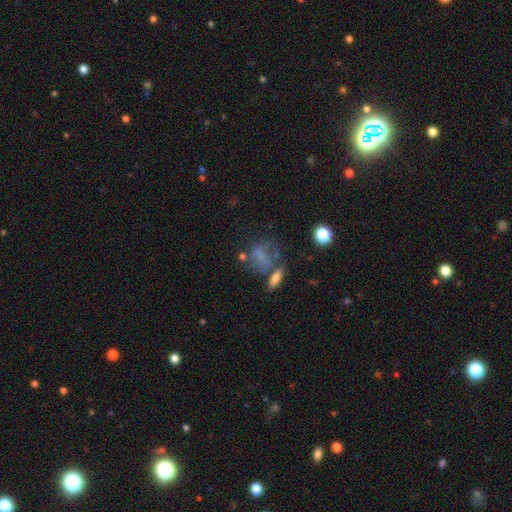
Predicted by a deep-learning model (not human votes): Smooth or featured: smooth — 41% (featured or disk — 35%)
Merging: none — 34% (major disturbance — 29%)